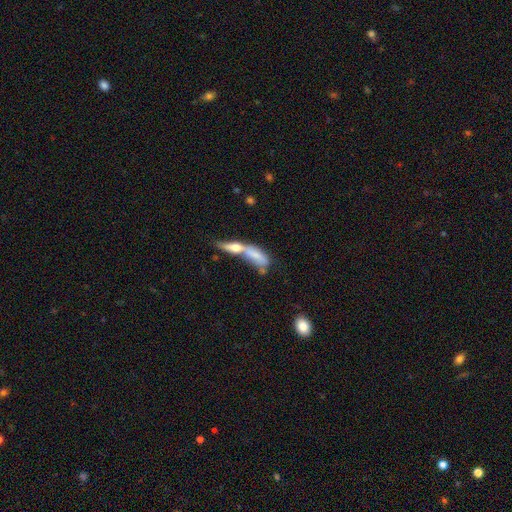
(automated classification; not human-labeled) The model was most divided on "how rounded": in between: 53%, cigar-shaped: 43%, round: 4%. More confident: merging — merger (71%); smooth or featured — smooth (58%).